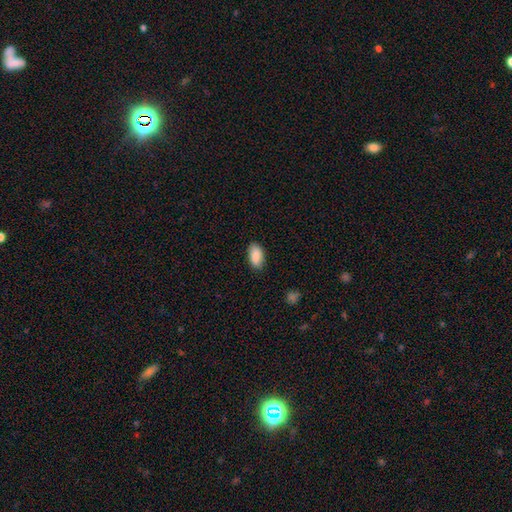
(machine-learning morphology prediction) type=smooth (89%); roundness=in between (93%); merging=none (86%).